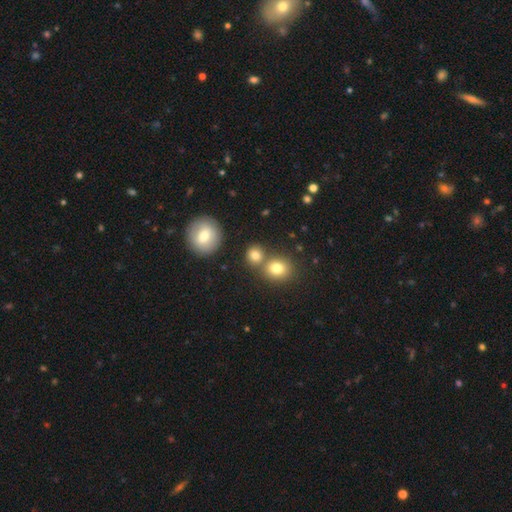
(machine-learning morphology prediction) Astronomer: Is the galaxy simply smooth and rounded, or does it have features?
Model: smooth — 76%.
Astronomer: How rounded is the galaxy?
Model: round — 80%.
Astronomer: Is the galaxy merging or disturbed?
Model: none — 65%.